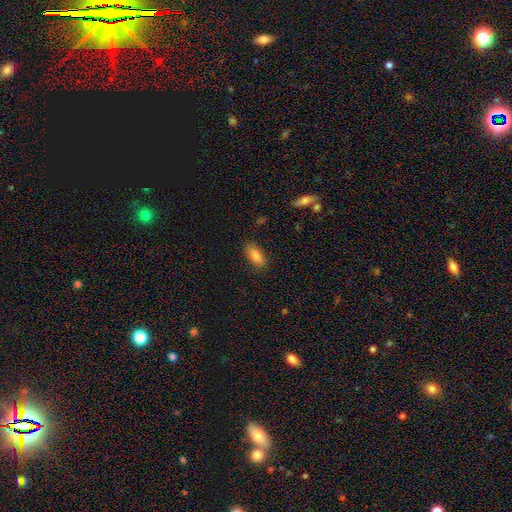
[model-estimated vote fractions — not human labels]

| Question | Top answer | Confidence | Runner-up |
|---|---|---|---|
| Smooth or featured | smooth | 85% | star or artifact (8%) |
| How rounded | in between | 85% | cigar-shaped (13%) |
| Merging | none | 86% | minor disturbance (11%) |